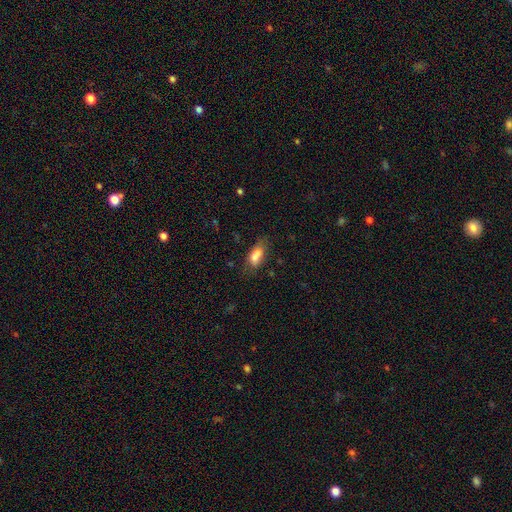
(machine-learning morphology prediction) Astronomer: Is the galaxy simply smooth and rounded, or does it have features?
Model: smooth — 74%.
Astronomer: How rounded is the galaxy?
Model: in between — 78%.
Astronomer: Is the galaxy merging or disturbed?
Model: none — 49%.